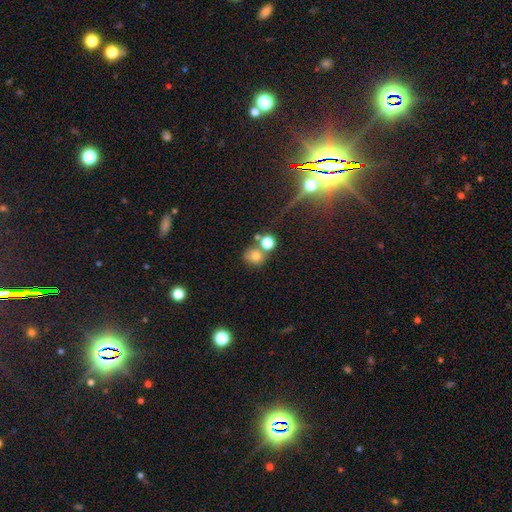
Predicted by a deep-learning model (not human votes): A smooth galaxy with no disk features (73%) that is round (81%). Merging: none (58%).